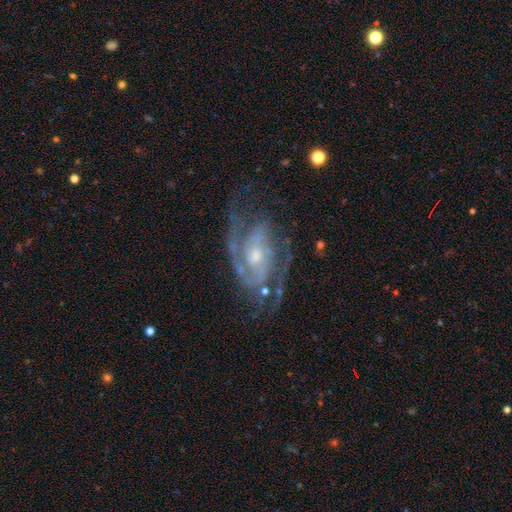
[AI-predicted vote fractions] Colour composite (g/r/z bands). It shows a featured or disk galaxy (91%) with no bar (53%), 2 (68%) medium (49%) spiral arms (97%) and a moderate central bulge (50%). Merging: none (69%).